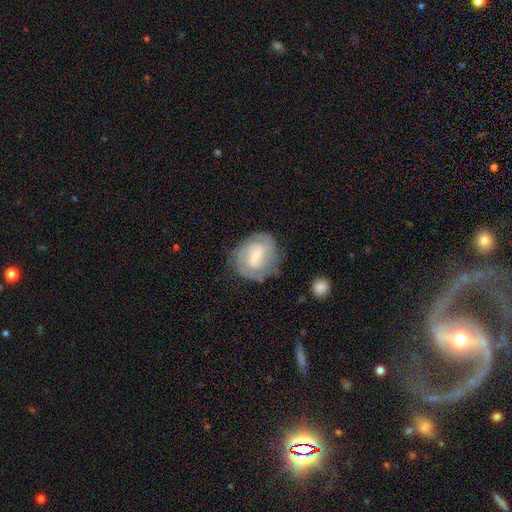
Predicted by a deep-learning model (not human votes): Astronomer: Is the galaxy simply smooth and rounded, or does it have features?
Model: featured or disk — 79%.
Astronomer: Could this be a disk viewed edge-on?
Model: no — 97%.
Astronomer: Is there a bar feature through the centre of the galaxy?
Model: weak — 56%.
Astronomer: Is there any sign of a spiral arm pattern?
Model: yes — 93%.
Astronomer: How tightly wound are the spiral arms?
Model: tight — 57% (runner-up: medium, 35%).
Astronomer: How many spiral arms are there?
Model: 2 — 45% (runner-up: can't tell, 25%).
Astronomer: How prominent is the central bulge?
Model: small — 62%.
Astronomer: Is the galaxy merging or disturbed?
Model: none — 74%.